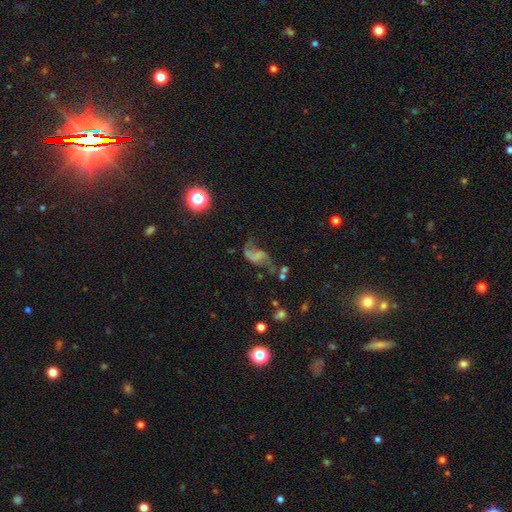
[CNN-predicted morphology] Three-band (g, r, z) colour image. It shows a featured or disk galaxy (65%) with no bar (55%), 2 (85%) loose (87%) spiral arms (83%) and no central bulge (72%). Merging: none (42%).